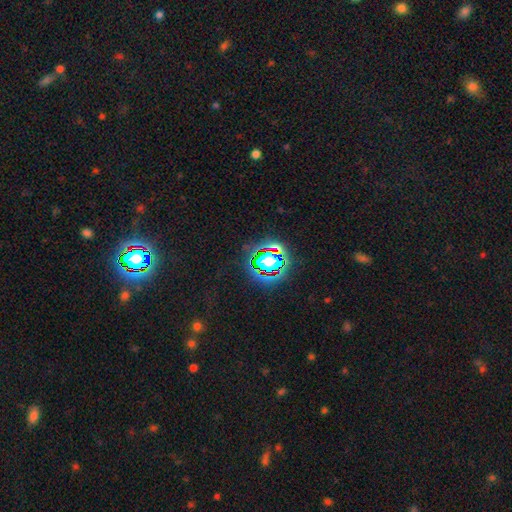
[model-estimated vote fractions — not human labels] Q: Smooth or featured?
A: star or artifact (81%); runner-up: smooth (12%)